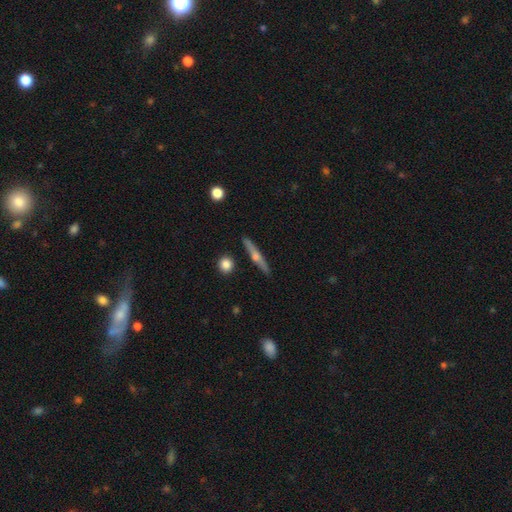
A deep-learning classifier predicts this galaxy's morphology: Smooth or featured: featured or disk — 64% (smooth — 30%)
Edge-on disk: yes — 96% (no — 4%)
Edge-on bulge: rounded — 87% (none — 10%)
Merging: none — 89% (minor disturbance — 7%)